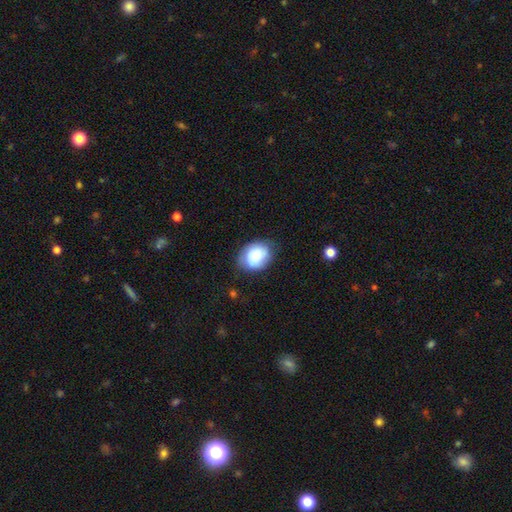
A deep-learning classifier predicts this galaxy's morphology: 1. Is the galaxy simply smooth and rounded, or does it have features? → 77% smooth, 16% featured or disk, 8% star or artifact.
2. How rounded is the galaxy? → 55% in between, 44% round, 1% cigar-shaped.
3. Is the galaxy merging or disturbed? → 69% none, 24% minor disturbance, 6% major disturbance, 2% merger.